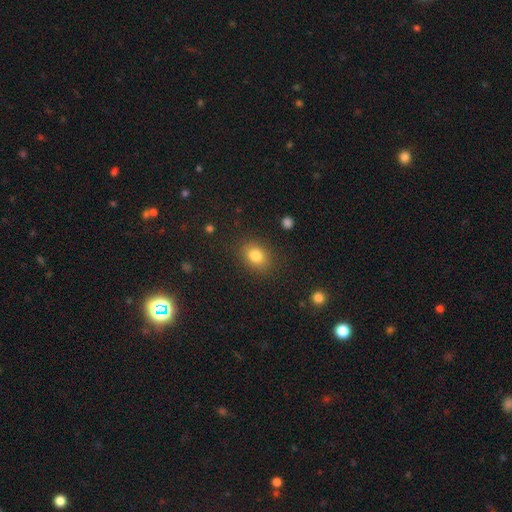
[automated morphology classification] Q: Smooth or featured?
A: smooth (82%); runner-up: star or artifact (11%)
Q: How rounded?
A: in between (61%); runner-up: round (38%)
Q: Merging?
A: none (86%); runner-up: minor disturbance (10%)